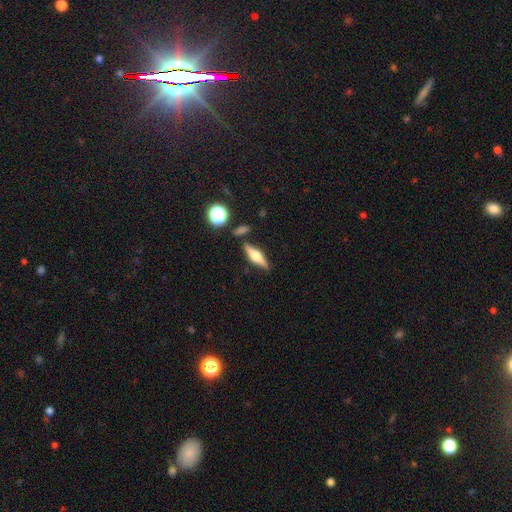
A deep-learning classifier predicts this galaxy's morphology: Smooth or featured? featured or disk (57%)
Edge-on disk? yes (94%)
Edge-on bulge? rounded (90%)
Merging? none (81%)